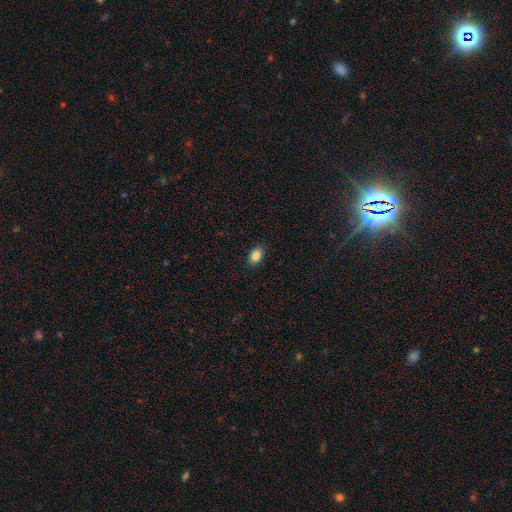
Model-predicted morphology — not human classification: type=smooth (85%); roundness=in between (87%); merging=none (89%).